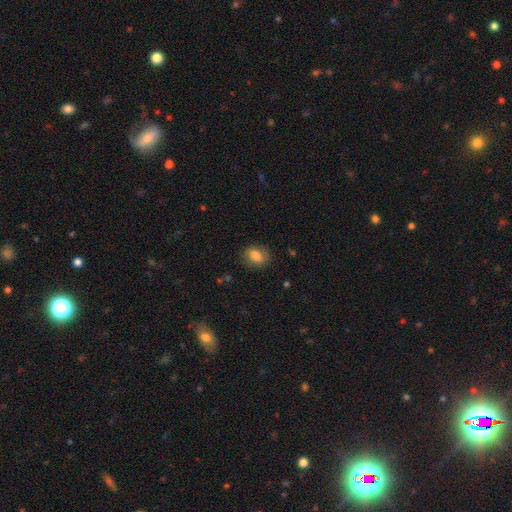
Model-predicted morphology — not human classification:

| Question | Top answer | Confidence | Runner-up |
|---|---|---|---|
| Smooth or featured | smooth | 79% | featured or disk (13%) |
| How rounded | in between | 63% | round (35%) |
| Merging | none | 82% | minor disturbance (13%) |